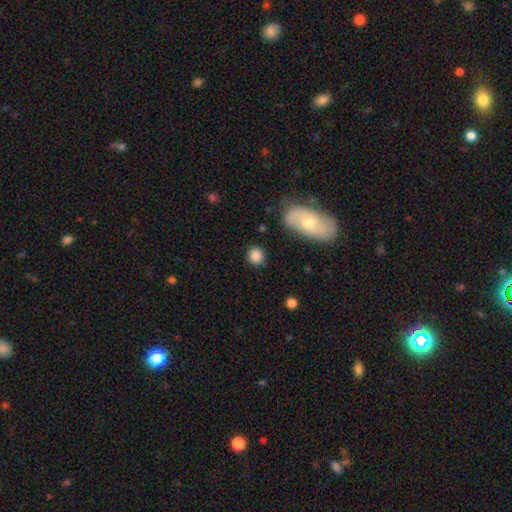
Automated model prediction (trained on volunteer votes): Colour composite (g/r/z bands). It shows a smooth galaxy with no disk features (85%) that is round (82%). Merging: none (84%).